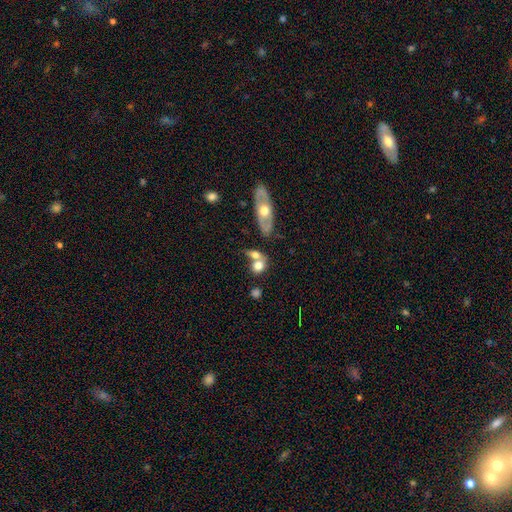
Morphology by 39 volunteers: Smooth or featured?
  - smooth: 54% *
  - featured or disk: 41%
  - star or artifact: 5%
How rounded?
  - in between: 76% *
  - round: 19%
  - cigar-shaped: 5%
Merging?
  - none: 43% *
  - merger: 27%
  - minor disturbance: 19%
  - major disturbance: 11%